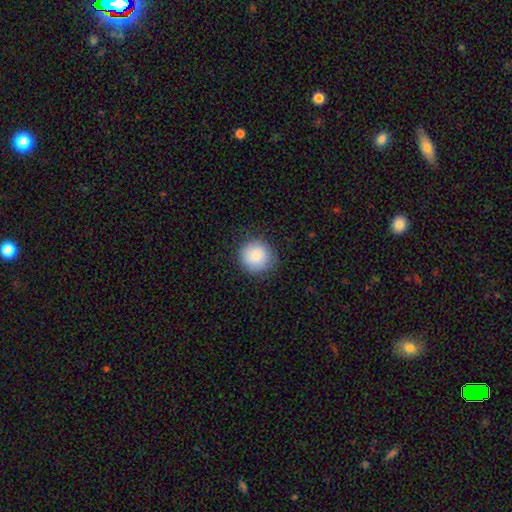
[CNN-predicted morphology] This appears to be a smooth galaxy with no disk features (87%) that is round (94%). Merging: none (83%).